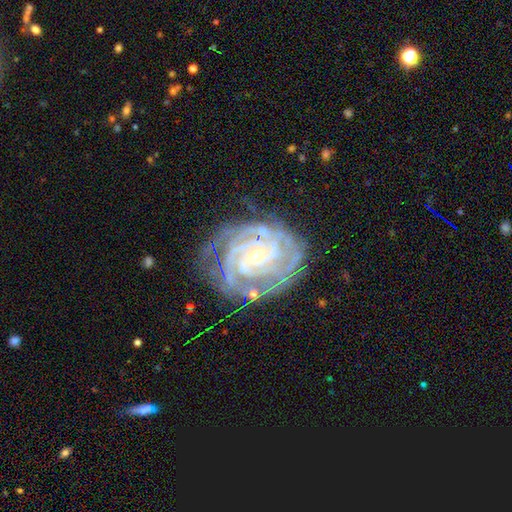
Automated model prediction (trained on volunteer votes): Overall: featured or disk (90%). Edge-on disk: no (98%). Bar: no (62%; weak 26%). Spiral arms: yes (98%). Spiral arm count: 4 (23%; 3 22%). Spiral winding: tight (81%). Bulge size: small (81%). Merging: none (71%).